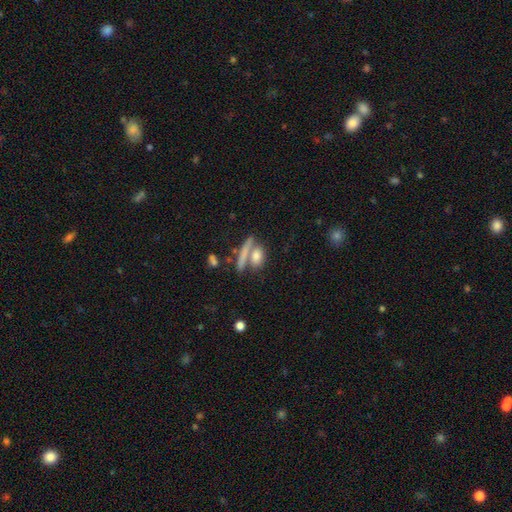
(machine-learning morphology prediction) Overall: smooth (74%). How rounded: in between (54%; cigar-shaped 29%). Merging: none (48%; merger 36%).